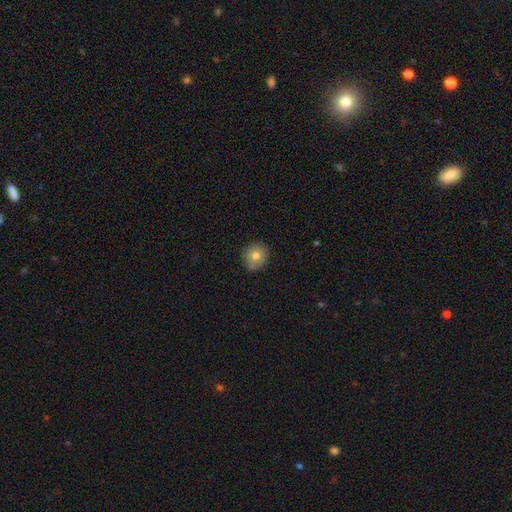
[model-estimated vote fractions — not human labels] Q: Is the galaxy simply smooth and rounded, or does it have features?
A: smooth — 77%.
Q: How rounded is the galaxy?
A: round — 84%.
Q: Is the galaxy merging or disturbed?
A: none — 83%.